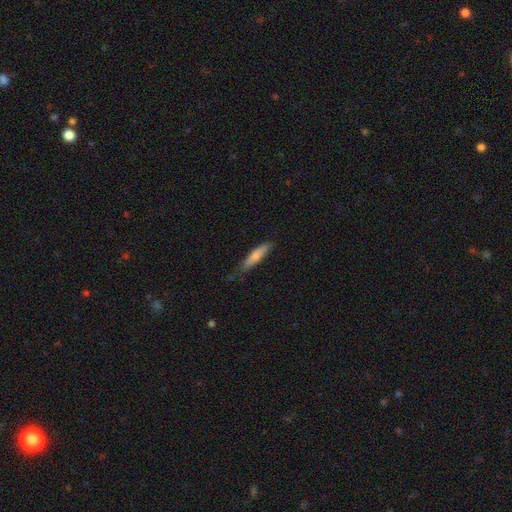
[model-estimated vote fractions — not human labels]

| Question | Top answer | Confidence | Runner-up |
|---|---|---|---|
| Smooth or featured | smooth | 74% | featured or disk (20%) |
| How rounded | cigar-shaped | 76% | in between (22%) |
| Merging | none | 72% | minor disturbance (23%) |